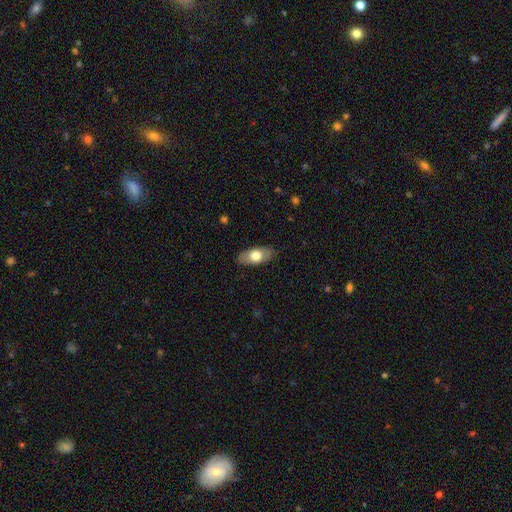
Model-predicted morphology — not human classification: Overall: smooth (67%). How rounded: in between (87%). Merging: none (85%).